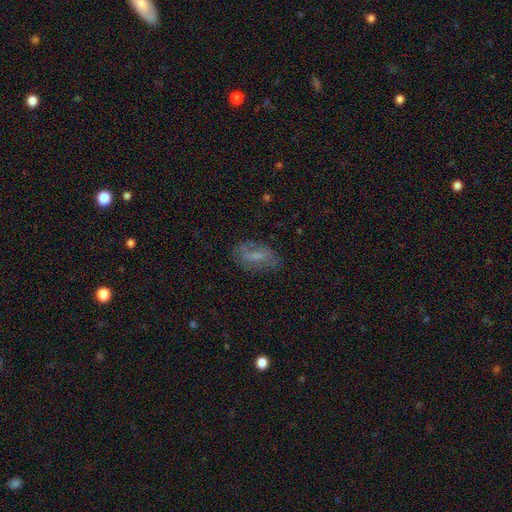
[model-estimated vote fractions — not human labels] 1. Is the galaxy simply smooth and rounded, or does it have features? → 49% smooth, 41% featured or disk, 10% star or artifact.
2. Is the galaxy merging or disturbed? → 64% none, 23% minor disturbance, 12% major disturbance, 2% merger.